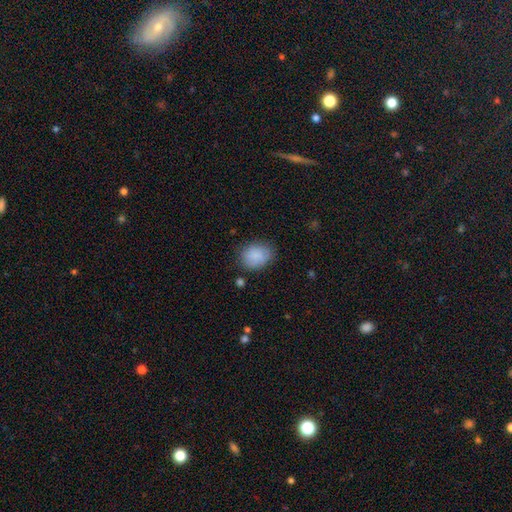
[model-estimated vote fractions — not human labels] This appears to be a smooth galaxy with no disk features (86%) that is in between round and cigar-shaped (57%). Merging: none (74%).